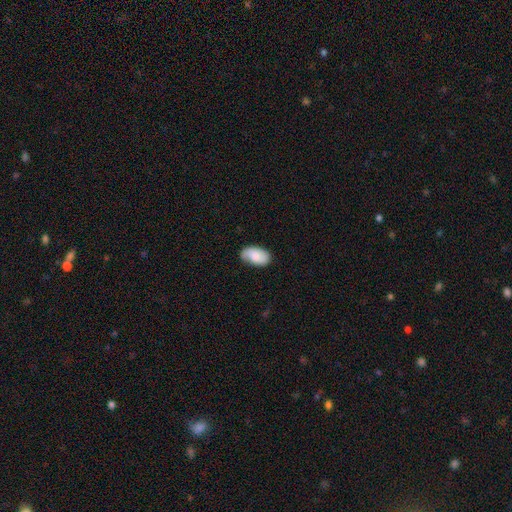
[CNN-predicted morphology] Smooth or featured: smooth — 73% (featured or disk — 20%)
How rounded: in between — 94% (round — 5%)
Merging: none — 65% (minor disturbance — 27%)